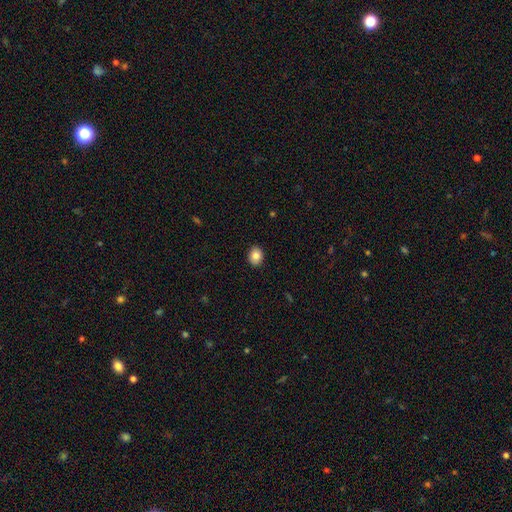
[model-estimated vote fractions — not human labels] Smooth or featured? Predicted: smooth (p=0.85). How rounded? Predicted: round (p=0.50). Merging? Predicted: none (p=0.91).